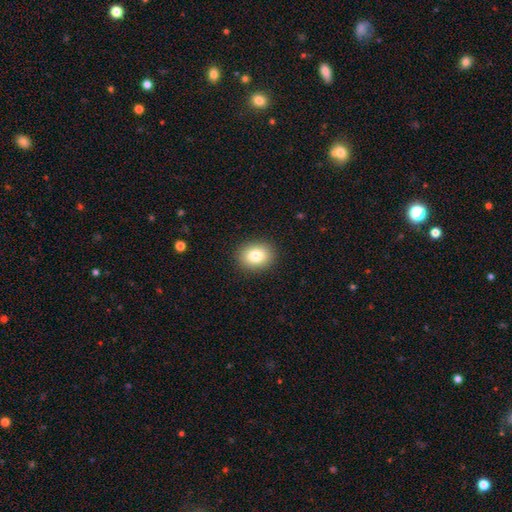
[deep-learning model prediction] smooth-or-featured: smooth: 83% | star or artifact: 9% | featured or disk: 8%
  how-rounded: round: 52% | in between: 47% | cigar-shaped: 1%
  merging: none: 90% | minor disturbance: 7% | major disturbance: 2% | merger: 1%